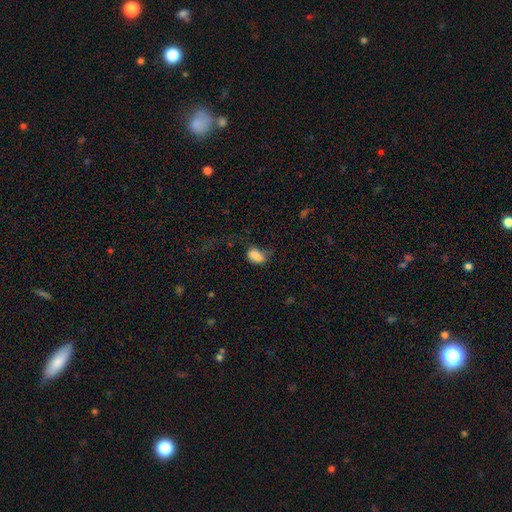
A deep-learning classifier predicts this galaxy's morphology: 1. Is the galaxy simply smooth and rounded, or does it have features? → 76% smooth, 13% featured or disk, 12% star or artifact.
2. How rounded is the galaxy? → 82% in between, 15% round, 3% cigar-shaped.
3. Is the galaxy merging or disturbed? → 31% none, 27% major disturbance, 25% minor disturbance, 17% merger.